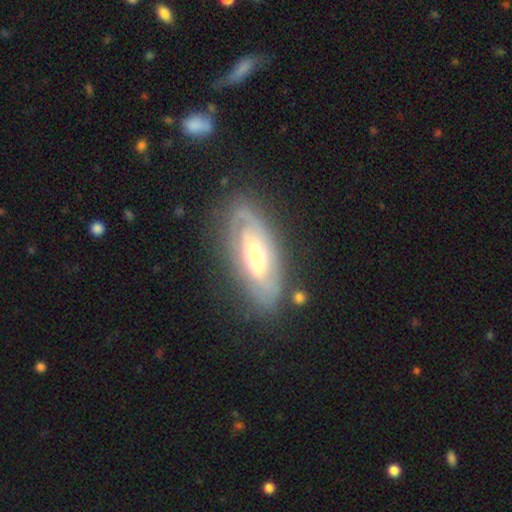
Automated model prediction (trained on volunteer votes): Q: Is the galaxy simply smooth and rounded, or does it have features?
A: featured or disk — 73%.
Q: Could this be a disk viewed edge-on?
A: no — 86%.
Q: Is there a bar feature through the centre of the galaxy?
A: no — 55%.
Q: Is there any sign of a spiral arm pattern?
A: yes — 73%.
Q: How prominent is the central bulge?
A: moderate — 63%.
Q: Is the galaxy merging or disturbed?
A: none — 75%.